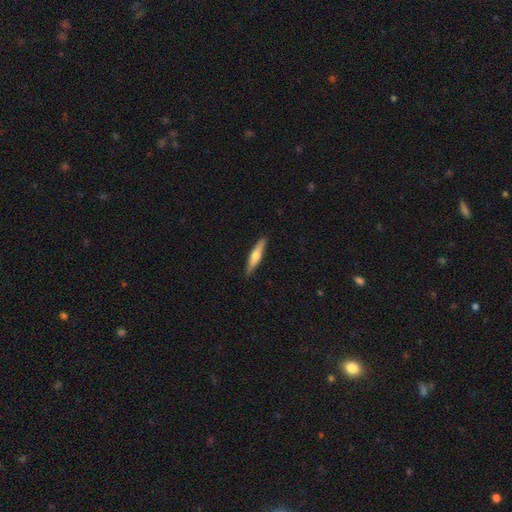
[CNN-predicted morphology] The model was most divided on "smooth or featured": featured or disk: 48%, smooth: 47%, star or artifact: 5%. More confident: merging — none (89%).